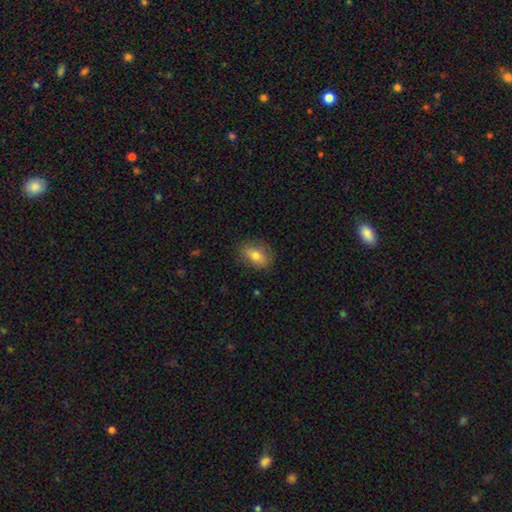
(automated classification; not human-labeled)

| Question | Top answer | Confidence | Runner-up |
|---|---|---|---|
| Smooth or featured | smooth | 72% | featured or disk (19%) |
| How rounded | in between | 78% | round (18%) |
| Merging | none | 81% | minor disturbance (15%) |